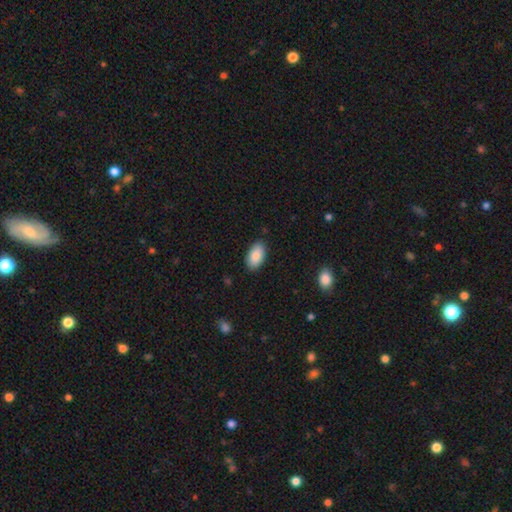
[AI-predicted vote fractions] Q: Smooth or featured?
A: smooth (88%); runner-up: star or artifact (6%)
Q: How rounded?
A: in between (95%); runner-up: round (3%)
Q: Merging?
A: none (87%); runner-up: minor disturbance (10%)